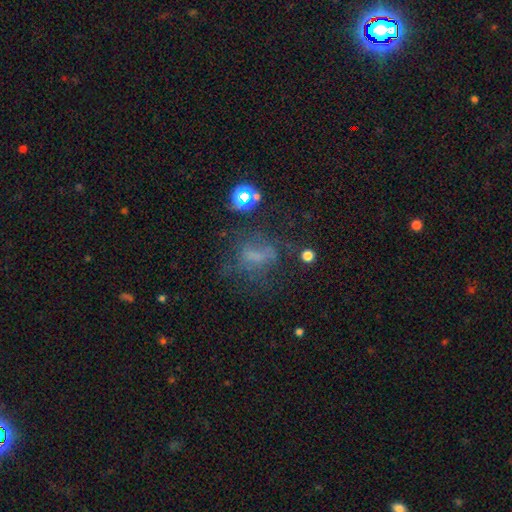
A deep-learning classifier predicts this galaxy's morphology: Smooth or featured?
  - smooth: 36% *
  - featured or disk: 33%
  - star or artifact: 30%
Merging?
  - none: 45% *
  - major disturbance: 28%
  - minor disturbance: 20%
  - merger: 7%